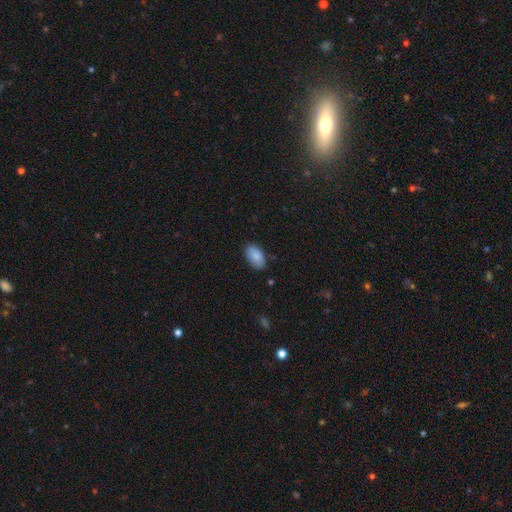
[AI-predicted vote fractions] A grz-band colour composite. It shows a smooth galaxy with no disk features (85%) that is in between round and cigar-shaped (94%). Merging: none (84%).